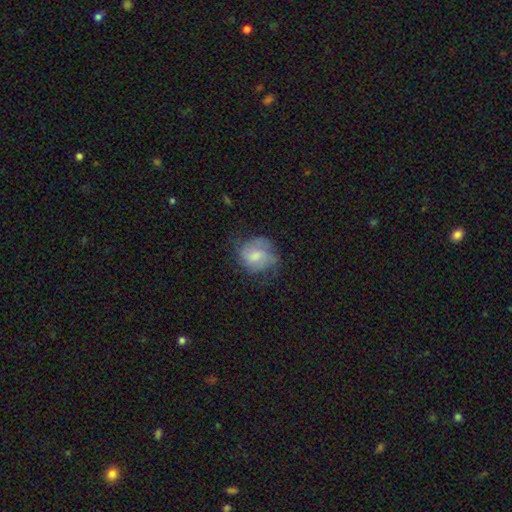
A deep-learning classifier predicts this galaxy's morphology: Smooth or featured?
  - smooth: 58% *
  - featured or disk: 34%
  - star or artifact: 8%
How rounded?
  - round: 70% *
  - in between: 29%
  - cigar-shaped: 1%
Merging?
  - none: 50% *
  - minor disturbance: 30%
  - major disturbance: 18%
  - merger: 2%